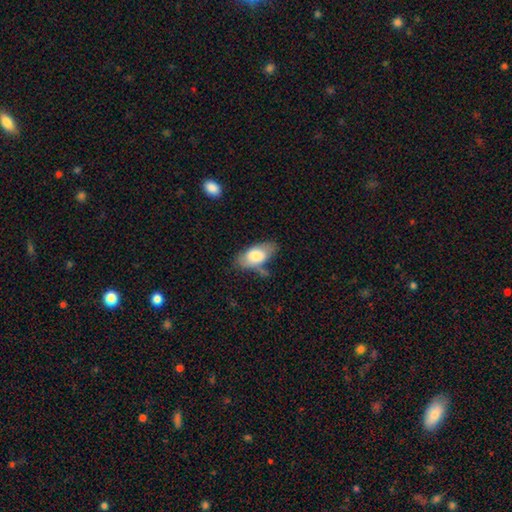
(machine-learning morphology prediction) The model was most divided on "merging": none: 54%, minor disturbance: 28%, major disturbance: 9%, merger: 9%. More confident: how rounded — in between (92%); smooth or featured — smooth (75%).